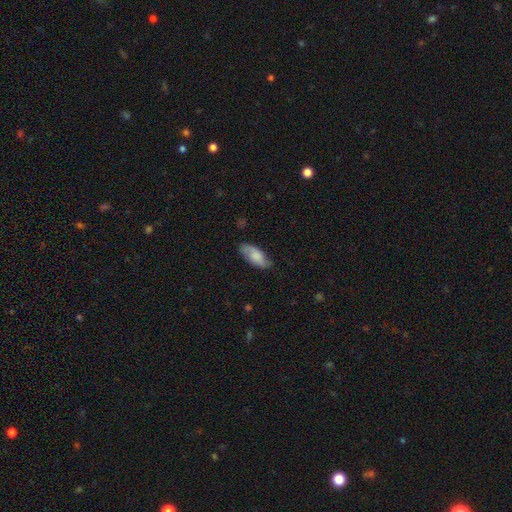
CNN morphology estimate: A smooth galaxy with no disk features (63%) that is in between round and cigar-shaped (84%). Merging: none (79%).